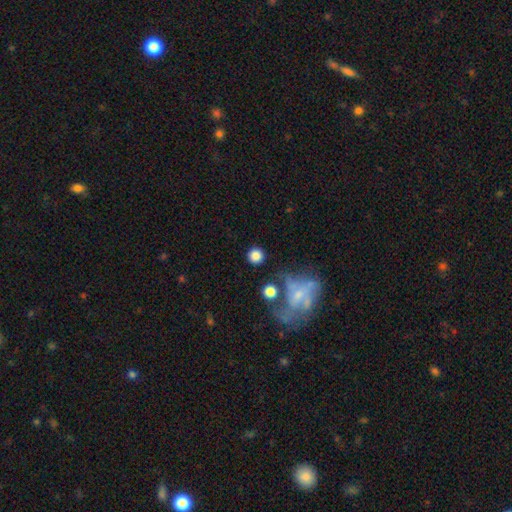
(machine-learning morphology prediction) This is clearly a smooth galaxy (83%). How rounded: clearly round (92%). Merging: clearly none (81%).